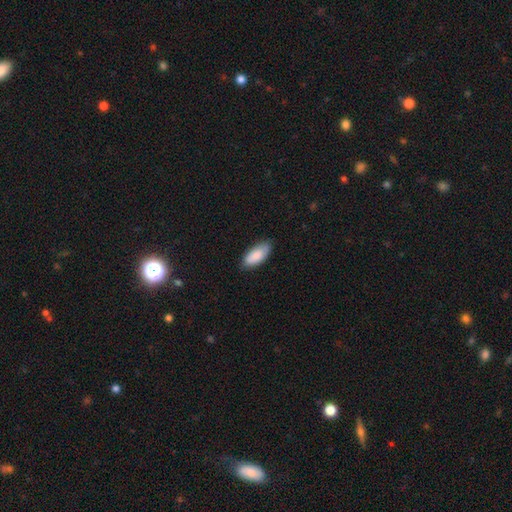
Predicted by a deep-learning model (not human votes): This is clearly a smooth galaxy (88%). How rounded: clearly in between (88%). Merging: likely none (80%).